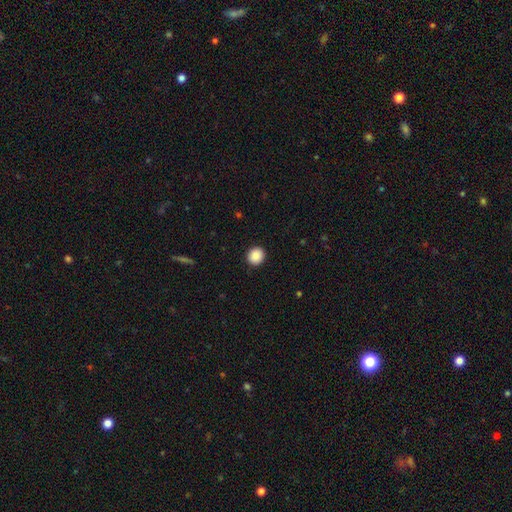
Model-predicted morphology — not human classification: smooth 89%, star or artifact 8%, featured or disk 3%. Down the decision tree: how rounded — round (89%); merging — none (92%).